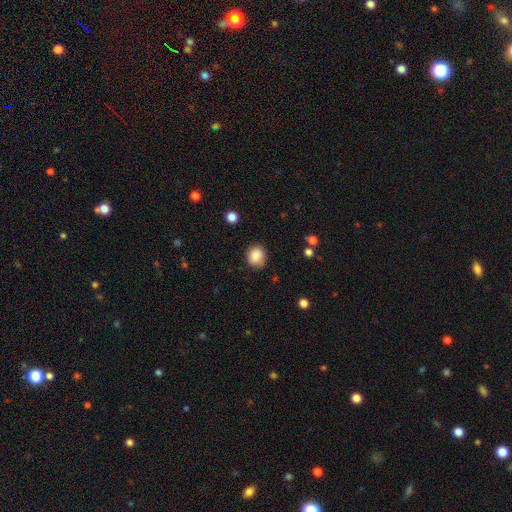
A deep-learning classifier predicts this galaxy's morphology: A smooth galaxy with no disk features (88%) that is round (75%). Merging: none (83%).